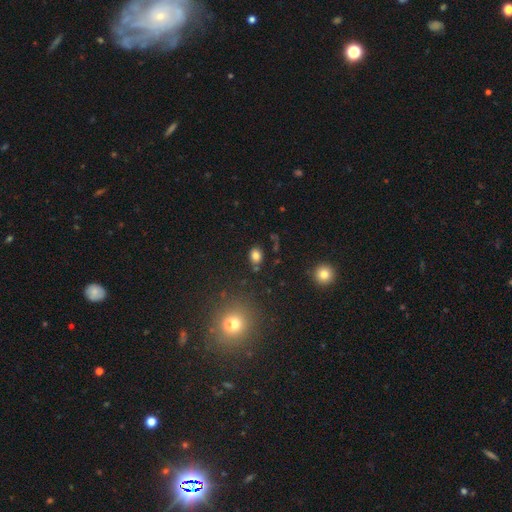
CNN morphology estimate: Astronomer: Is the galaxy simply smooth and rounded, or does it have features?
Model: smooth — 79%.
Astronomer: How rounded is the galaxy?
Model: in between — 59% (runner-up: round, 39%).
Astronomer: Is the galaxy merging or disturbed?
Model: none — 82%.